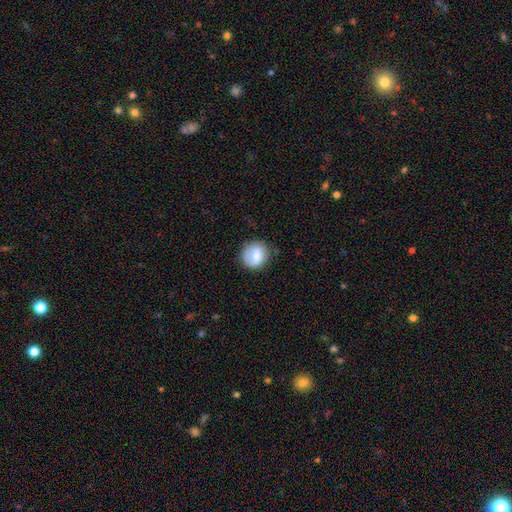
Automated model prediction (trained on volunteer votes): Overall: smooth (78%). How rounded: round (81%). Merging: none (73%).